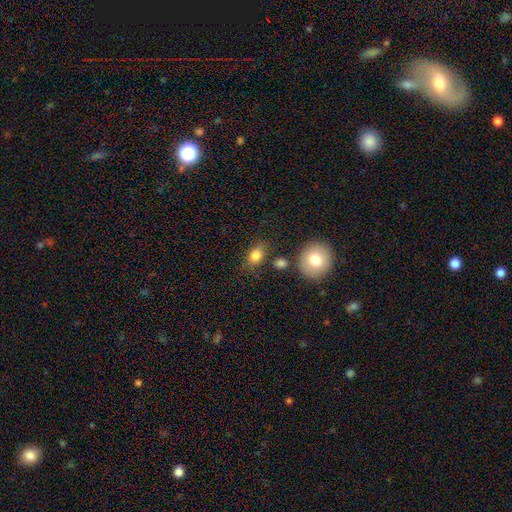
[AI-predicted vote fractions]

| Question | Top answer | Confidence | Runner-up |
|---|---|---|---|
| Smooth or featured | smooth | 82% | star or artifact (9%) |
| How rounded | in between | 70% | round (27%) |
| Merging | none | 73% | minor disturbance (15%) |